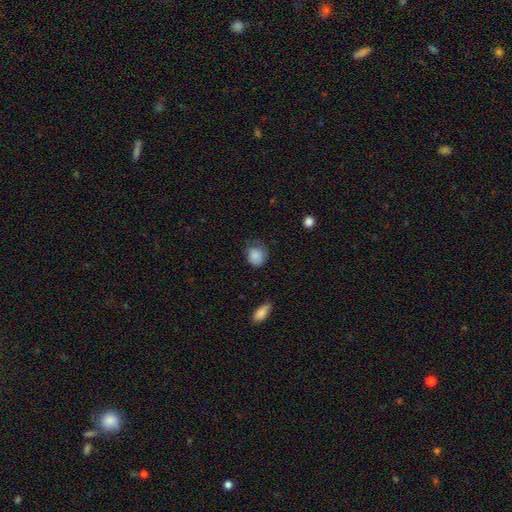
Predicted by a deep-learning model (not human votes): Smooth or featured? Predicted: smooth (p=0.86). How rounded? Predicted: round (p=0.69). Merging? Predicted: none (p=0.56).